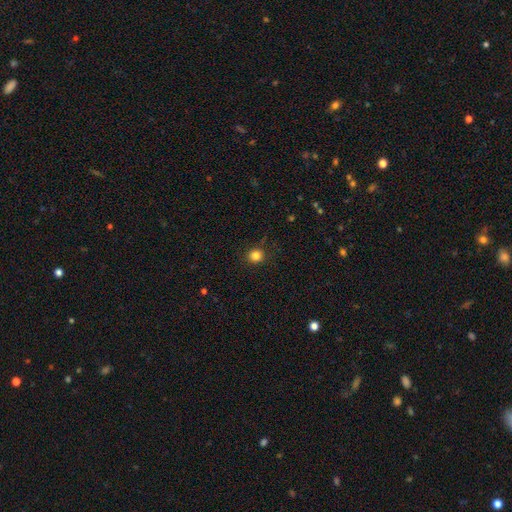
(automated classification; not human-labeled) smooth 83%, star or artifact 13%, featured or disk 4%. Down the decision tree: how rounded — round (92%); merging — none (89%).